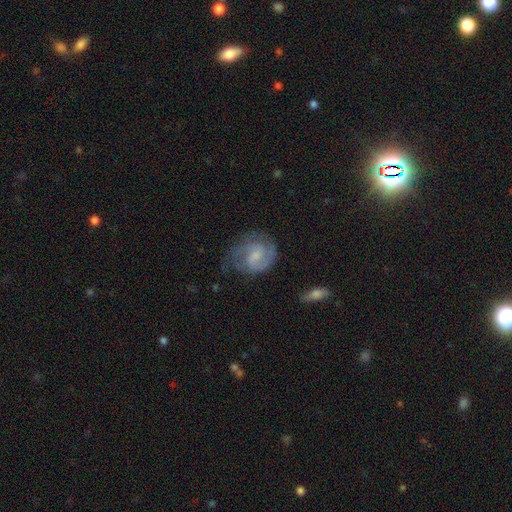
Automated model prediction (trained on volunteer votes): smooth_or_featured: featured or disk (p=0.74) [alt: smooth p=0.20]
disk_edge_on: no (p=0.98) [alt: yes p=0.02]
bar: weak (p=0.52) [alt: no p=0.38]
has_spiral_arms: yes (p=0.93) [alt: no p=0.07]
spiral_winding: medium (p=0.49) [alt: tight p=0.34]
spiral_arm_count: 2 (p=0.68) [alt: can't tell p=0.14]
bulge_size: small (p=0.52) [alt: moderate p=0.27]
merging: none (p=0.59) [alt: minor disturbance p=0.24]